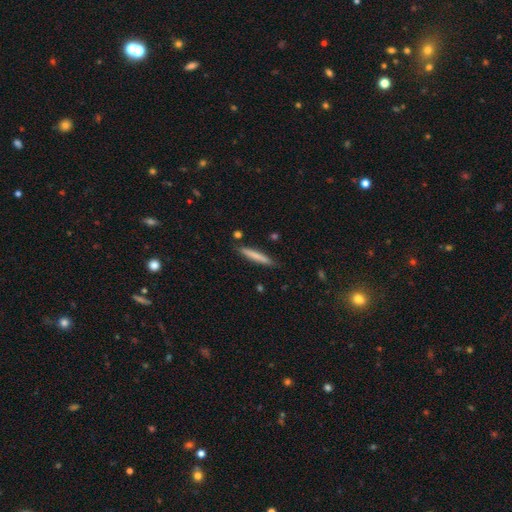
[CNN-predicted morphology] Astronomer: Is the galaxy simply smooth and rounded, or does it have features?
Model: smooth — 73%.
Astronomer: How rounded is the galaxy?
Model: cigar-shaped — 95%.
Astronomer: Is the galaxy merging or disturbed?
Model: none — 86%.